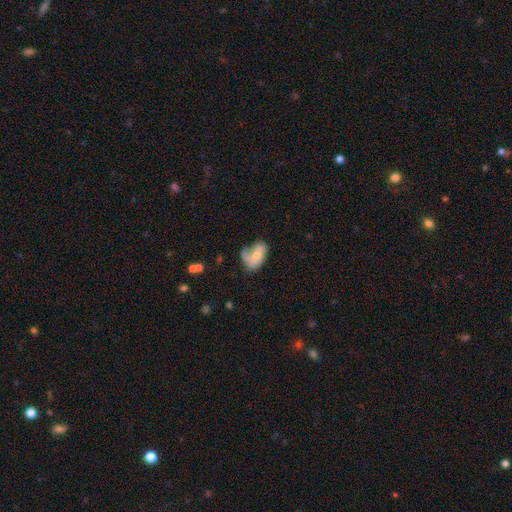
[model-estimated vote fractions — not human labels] A smooth galaxy with no disk features (58%) that is in between round and cigar-shaped (89%).

Vote fractions:
- Smooth or featured? smooth: 58% / featured or disk: 34% / star or artifact: 8%
- How rounded? in between: 89% / round: 8% / cigar-shaped: 2%
- Merging? none: 32% / major disturbance: 29% / minor disturbance: 29% / merger: 10%